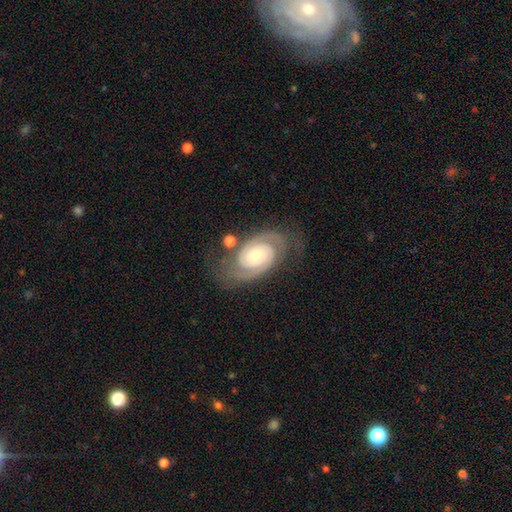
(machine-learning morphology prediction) A featured or disk galaxy (84%) with no bar (61%), 2 (87%) tight (47%) spiral arms (96%) and a moderate central bulge (49%).

Vote fractions:
- Smooth or featured? featured or disk: 84% / smooth: 9% / star or artifact: 7%
- Edge-on disk? no: 97% / yes: 3%
- Bar? no: 61% / weak: 31% / strong: 8%
- Spiral arms? yes: 96% / no: 4%
- Spiral winding? tight: 47% / medium: 42% / loose: 11%
- Spiral arm count? 2: 87% / can't tell: 6% / 3: 2% / 1: 2% / 4: 1% / more than 4: 1%
- Bulge size? moderate: 49% / small: 28% / large: 16% / none: 3% / dominant: 3%
- Merging? none: 78% / minor disturbance: 14% / major disturbance: 6% / merger: 2%